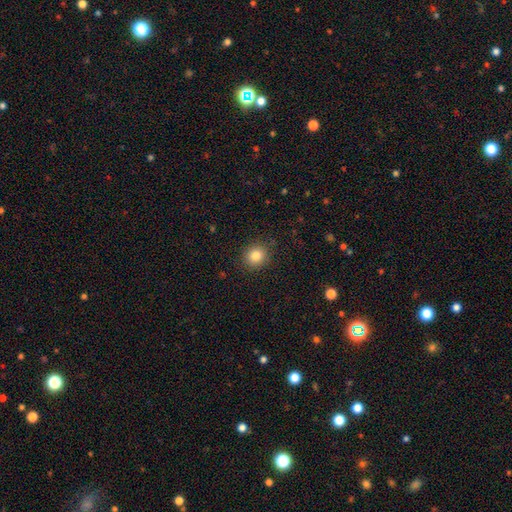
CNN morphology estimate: Smooth or featured: smooth — 84% (star or artifact — 11%)
How rounded: round — 82% (in between — 18%)
Merging: none — 89% (minor disturbance — 8%)